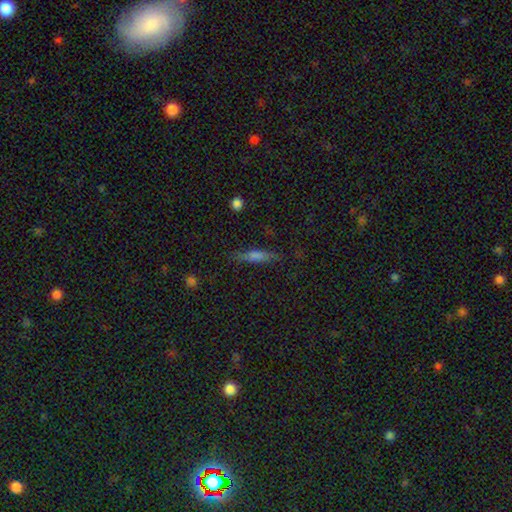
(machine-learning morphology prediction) A featured or disk galaxy (45%).

Vote fractions:
- Smooth or featured? featured or disk: 45% / smooth: 43% / star or artifact: 12%
- Merging? none: 85% / minor disturbance: 11% / major disturbance: 3% / merger: 1%